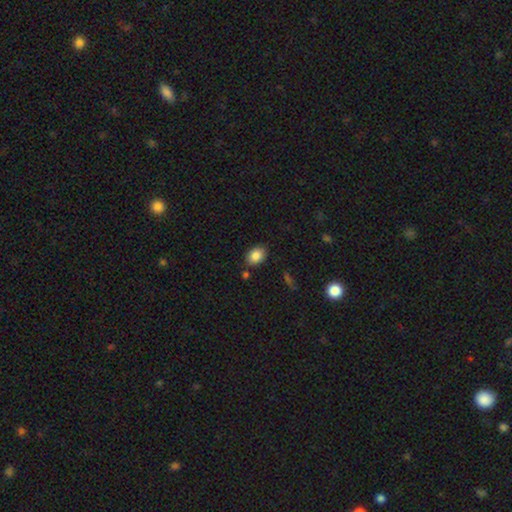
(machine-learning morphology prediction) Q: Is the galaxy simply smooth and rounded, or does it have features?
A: smooth — 86%.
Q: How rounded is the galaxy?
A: in between — 80%.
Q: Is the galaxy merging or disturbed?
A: none — 81%.